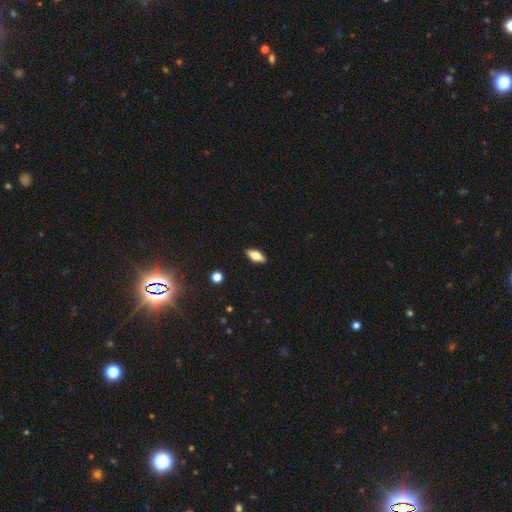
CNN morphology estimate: Smooth or featured: smooth — 61% (featured or disk — 32%)
How rounded: in between — 79% (cigar-shaped — 18%)
Merging: none — 89% (minor disturbance — 8%)